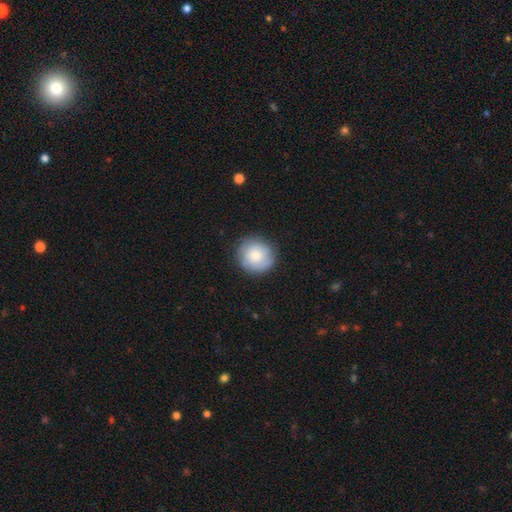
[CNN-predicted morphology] A smooth galaxy with no disk features (71%) that is round (92%).

Vote fractions:
- Smooth or featured? smooth: 71% / featured or disk: 21% / star or artifact: 7%
- How rounded? round: 92% / in between: 7% / cigar-shaped: 1%
- Merging? none: 82% / minor disturbance: 13% / major disturbance: 3% / merger: 1%